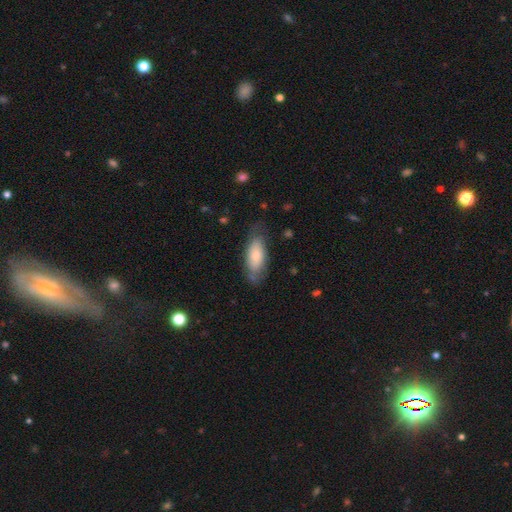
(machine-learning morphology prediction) Smooth or featured? smooth (72%)
How rounded? in between (81%)
Merging? none (65%)